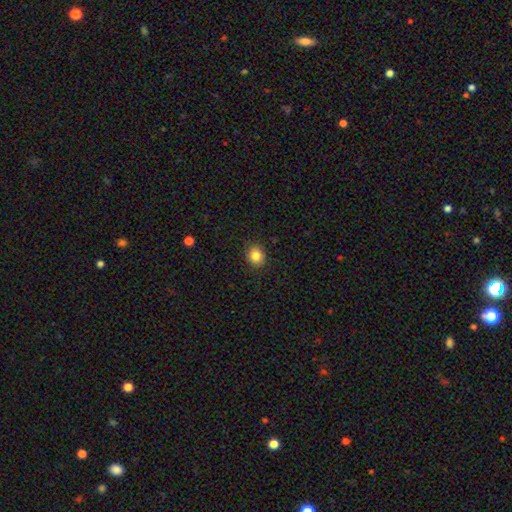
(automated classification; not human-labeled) Overall: smooth (84%). How rounded: round (77%). Merging: none (88%).